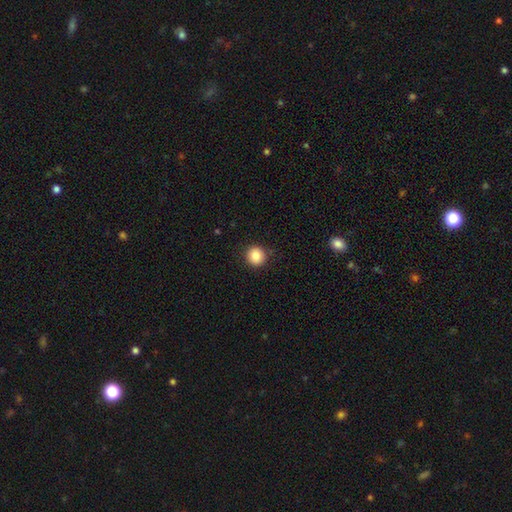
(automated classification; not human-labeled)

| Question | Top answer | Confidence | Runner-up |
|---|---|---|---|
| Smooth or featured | smooth | 85% | star or artifact (10%) |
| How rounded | round | 93% | in between (6%) |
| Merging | none | 90% | minor disturbance (7%) |